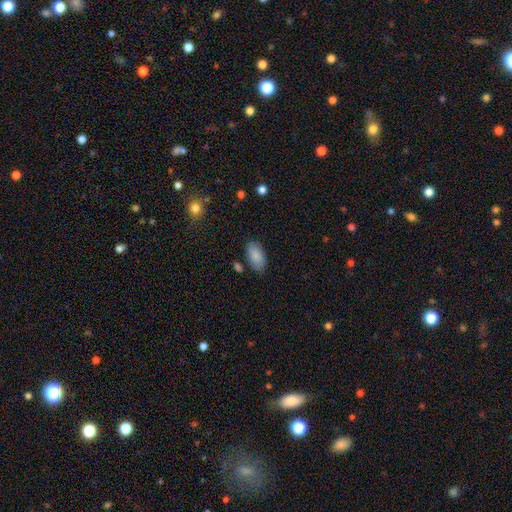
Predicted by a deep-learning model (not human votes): smooth-or-featured: smooth: 87% | star or artifact: 7% | featured or disk: 6%
  how-rounded: in between: 94% | round: 3% | cigar-shaped: 2%
  merging: none: 80% | minor disturbance: 13% | merger: 4% | major disturbance: 3%